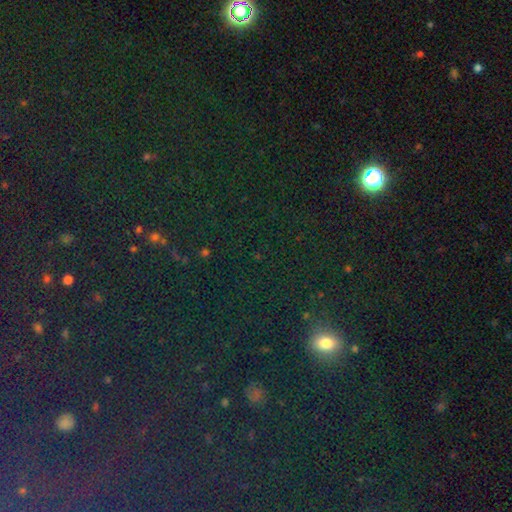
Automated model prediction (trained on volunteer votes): Q: Smooth or featured?
A: star or artifact (65%); runner-up: smooth (27%)